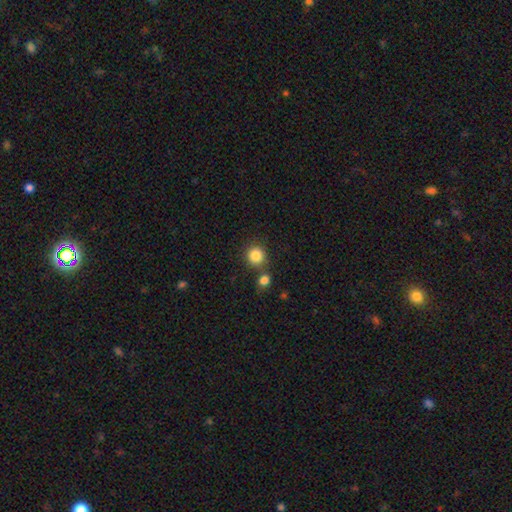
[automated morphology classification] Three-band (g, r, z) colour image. It shows a smooth galaxy with no disk features (85%) that is round (91%). Merging: none (74%).